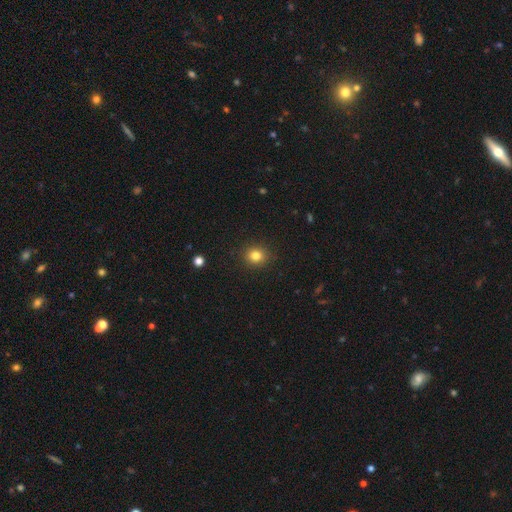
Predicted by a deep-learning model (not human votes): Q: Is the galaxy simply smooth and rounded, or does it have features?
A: smooth — 81%.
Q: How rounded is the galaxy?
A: round — 81%.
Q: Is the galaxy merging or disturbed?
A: none — 90%.